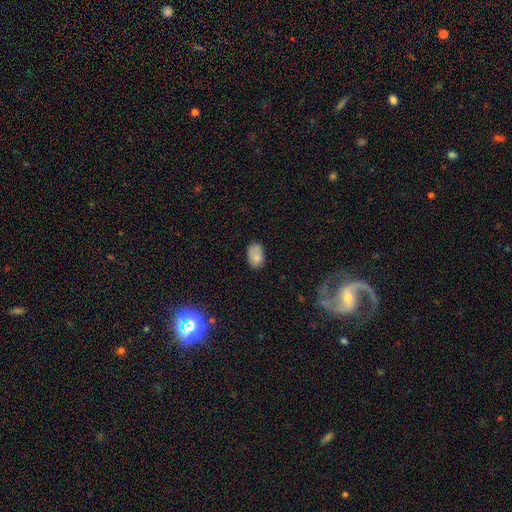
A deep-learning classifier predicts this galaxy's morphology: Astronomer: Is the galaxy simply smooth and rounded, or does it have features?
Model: smooth — 81%.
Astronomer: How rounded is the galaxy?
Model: in between — 87%.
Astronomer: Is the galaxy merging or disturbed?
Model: none — 71%.